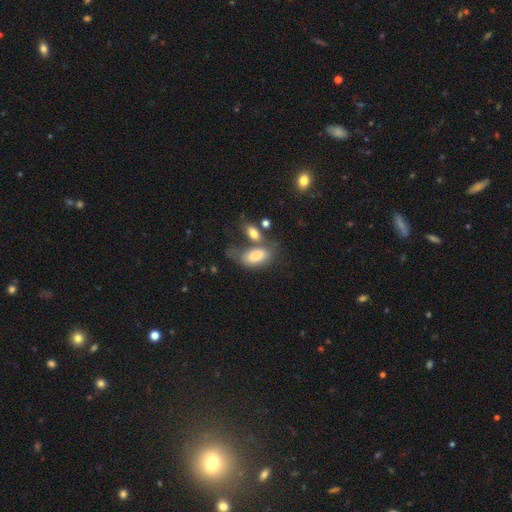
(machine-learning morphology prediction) Q: Smooth or featured?
A: smooth (80%); runner-up: featured or disk (13%)
Q: How rounded?
A: in between (91%); runner-up: cigar-shaped (5%)
Q: Merging?
A: none (39%); runner-up: merger (28%)